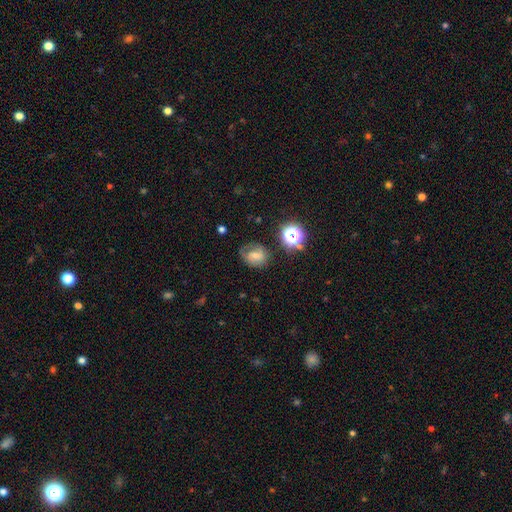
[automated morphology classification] Q: Smooth or featured?
A: smooth (42%); runner-up: featured or disk (30%)
Q: Merging?
A: none (67%); runner-up: minor disturbance (20%)